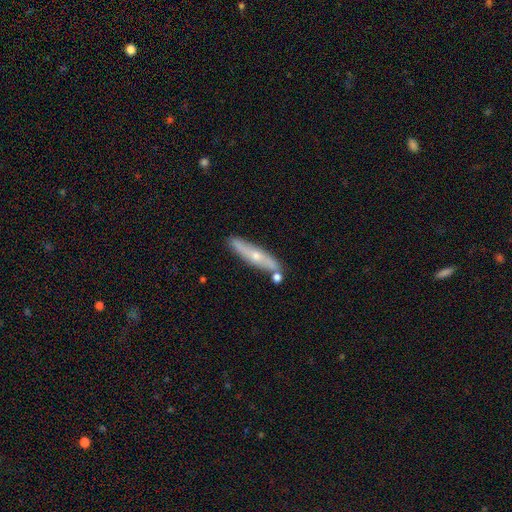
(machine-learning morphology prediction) Q: Smooth or featured?
A: featured or disk (52%); runner-up: smooth (42%)
Q: Edge-on disk?
A: yes (70%); runner-up: no (30%)
Q: Merging?
A: none (76%); runner-up: minor disturbance (13%)